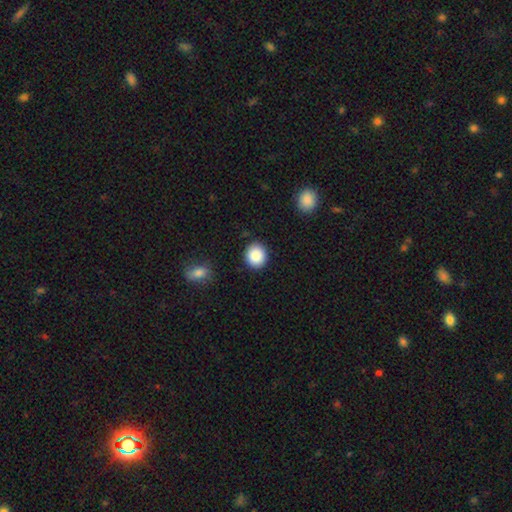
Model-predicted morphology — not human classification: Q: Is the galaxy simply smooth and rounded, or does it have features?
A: smooth — 88%.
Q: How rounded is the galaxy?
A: round — 82%.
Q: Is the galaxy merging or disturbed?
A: none — 89%.